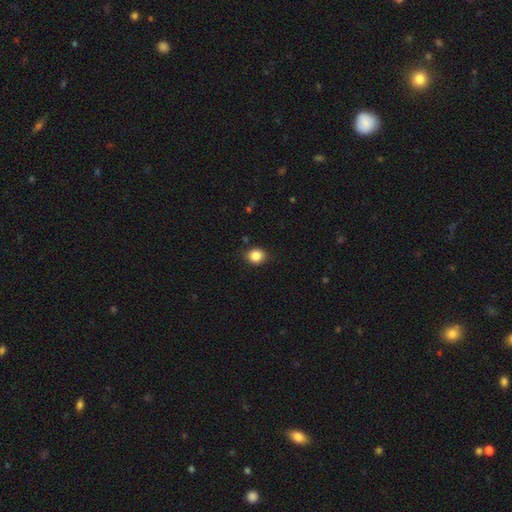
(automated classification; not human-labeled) This appears to be a smooth galaxy with no disk features (86%) that is round (68%). Merging: none (84%).